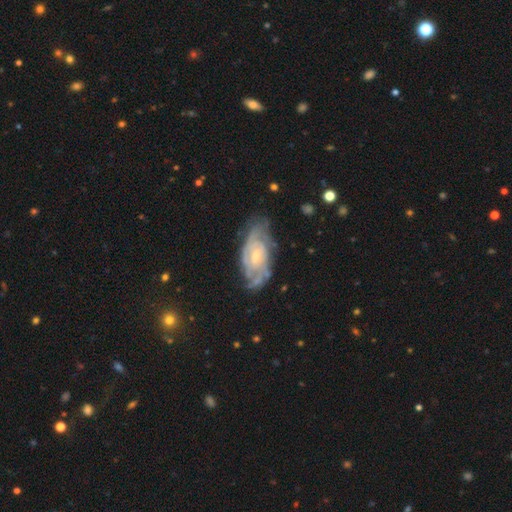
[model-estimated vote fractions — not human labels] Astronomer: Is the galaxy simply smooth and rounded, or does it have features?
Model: featured or disk — 80%.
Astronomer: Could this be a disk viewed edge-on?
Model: no — 93%.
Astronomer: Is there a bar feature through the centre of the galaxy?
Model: no — 57% (runner-up: weak, 36%).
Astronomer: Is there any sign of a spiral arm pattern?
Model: yes — 92%.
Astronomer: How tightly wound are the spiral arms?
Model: tight — 60%.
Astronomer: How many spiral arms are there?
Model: can't tell — 38% (runner-up: 2, 34%).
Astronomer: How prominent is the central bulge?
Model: small — 59%.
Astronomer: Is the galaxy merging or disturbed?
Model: none — 68%.